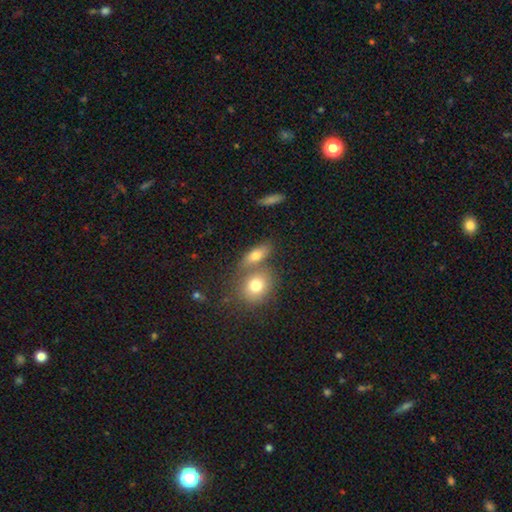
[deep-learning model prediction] Q: Smooth or featured?
A: smooth (73%); runner-up: featured or disk (16%)
Q: How rounded?
A: in between (67%); runner-up: round (23%)
Q: Merging?
A: none (49%); runner-up: merger (36%)